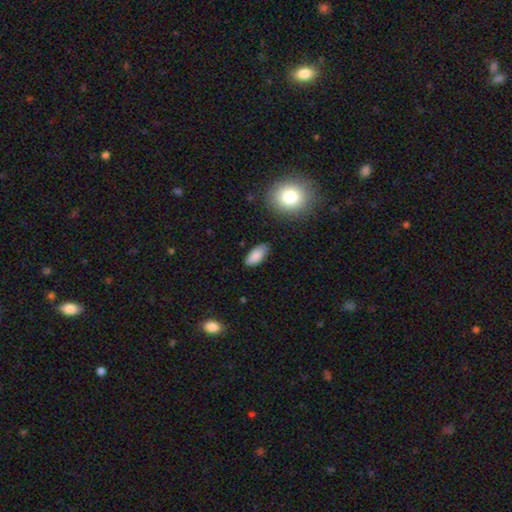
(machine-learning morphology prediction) smooth_or_featured: smooth (p=0.86) [alt: star or artifact p=0.08]
how_rounded: in between (p=0.91) [alt: cigar-shaped p=0.07]
merging: none (p=0.83) [alt: minor disturbance p=0.13]